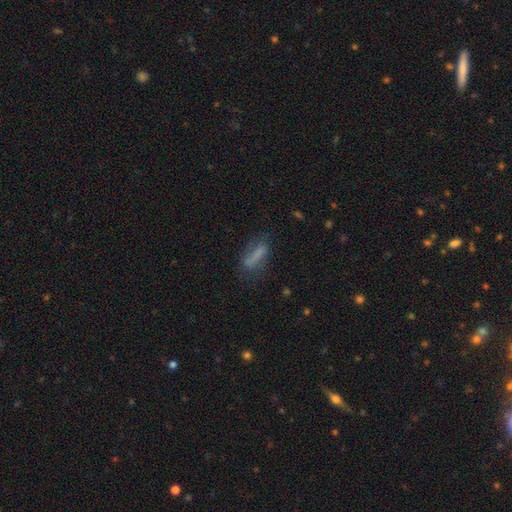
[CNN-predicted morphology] Overall: smooth (62%; featured or disk 26%). How rounded: cigar-shaped (62%; in between 35%). Merging: none (59%; minor disturbance 23%).